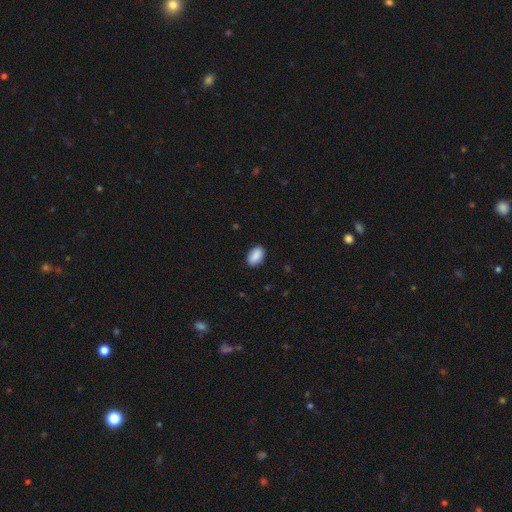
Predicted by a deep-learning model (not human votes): Smooth or featured? smooth (89%)
How rounded? in between (91%)
Merging? none (87%)